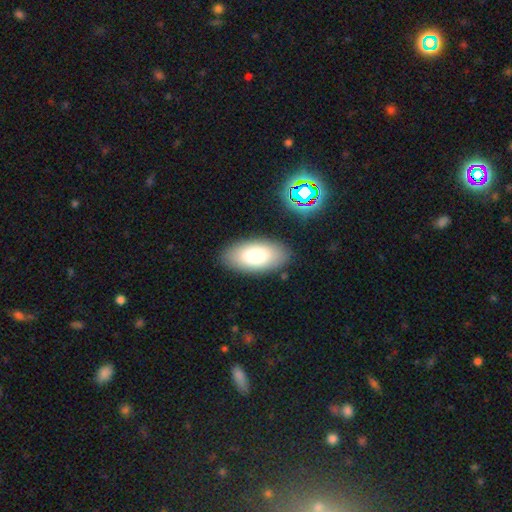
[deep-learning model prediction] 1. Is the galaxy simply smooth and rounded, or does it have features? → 81% smooth, 11% featured or disk, 8% star or artifact.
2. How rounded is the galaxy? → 94% in between, 4% cigar-shaped, 2% round.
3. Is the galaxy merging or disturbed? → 85% none, 9% minor disturbance, 3% major disturbance, 2% merger.